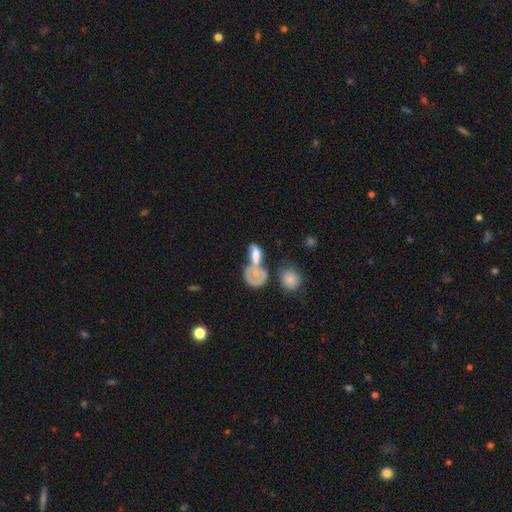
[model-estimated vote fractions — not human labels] A smooth galaxy with no disk features (57%) that is in between round and cigar-shaped (75%).

Vote fractions:
- Smooth or featured? smooth: 57% / featured or disk: 34% / star or artifact: 9%
- How rounded? in between: 75% / round: 14% / cigar-shaped: 10%
- Merging? merger: 57% / none: 19% / major disturbance: 13% / minor disturbance: 10%